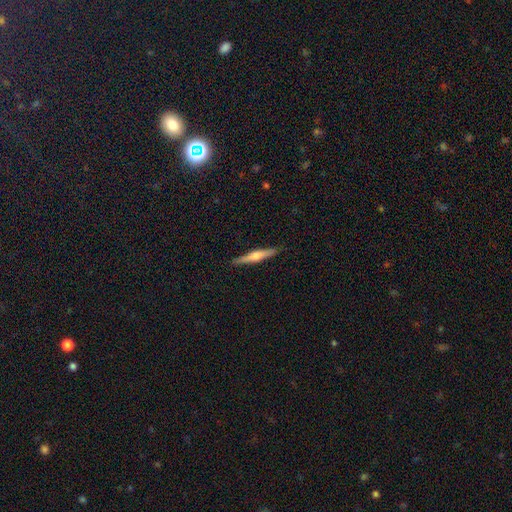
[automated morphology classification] smooth_or_featured: featured or disk (p=0.59) [alt: smooth p=0.35]
disk_edge_on: yes (p=0.97) [alt: no p=0.03]
edge_on_bulge: rounded (p=0.82) [alt: boxy p=0.09]
merging: none (p=0.91) [alt: minor disturbance p=0.07]